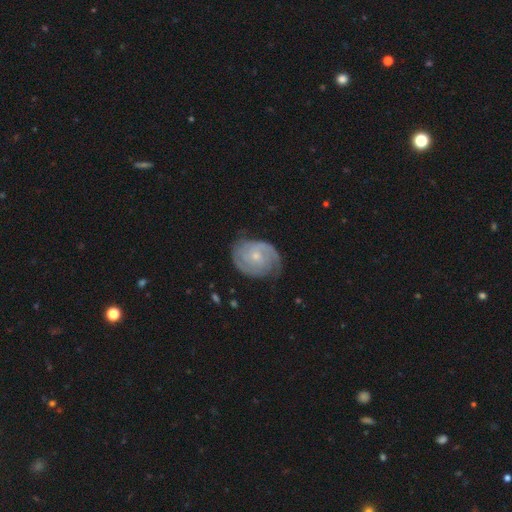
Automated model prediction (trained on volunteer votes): This appears to be a featured or disk galaxy (81%) with no bar (71%), 2 (51%) tight (65%) spiral arms (95%) and a small central bulge (66%). Merging: none (70%).